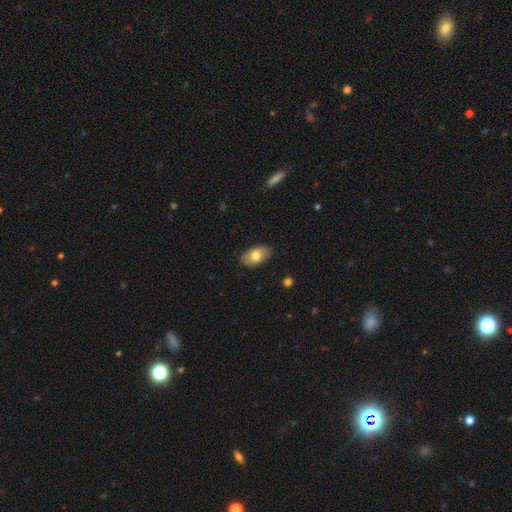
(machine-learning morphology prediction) smooth_or_featured: smooth (p=0.76) [alt: featured or disk p=0.17]
how_rounded: in between (p=0.91) [alt: round p=0.07]
merging: none (p=0.86) [alt: minor disturbance p=0.11]